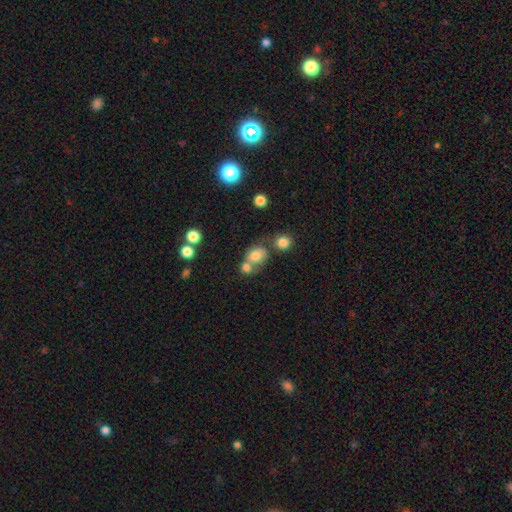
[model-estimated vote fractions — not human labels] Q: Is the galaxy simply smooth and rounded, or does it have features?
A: smooth — 74%.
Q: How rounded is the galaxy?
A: round — 62%.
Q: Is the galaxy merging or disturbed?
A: none — 43%.